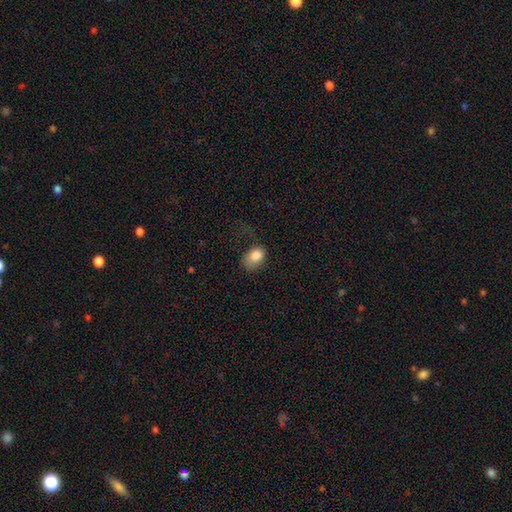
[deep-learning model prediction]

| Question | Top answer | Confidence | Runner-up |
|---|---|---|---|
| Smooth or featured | smooth | 83% | star or artifact (9%) |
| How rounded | in between | 66% | round (33%) |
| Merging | none | 37% | minor disturbance (33%) |